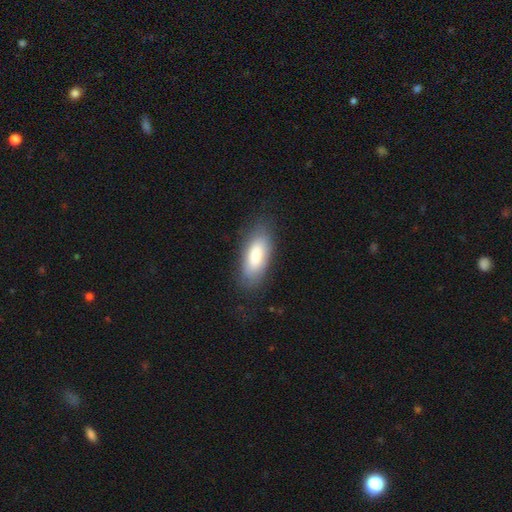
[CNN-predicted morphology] A smooth galaxy with no disk features (78%) that is in between round and cigar-shaped (84%). Merging: none (78%).